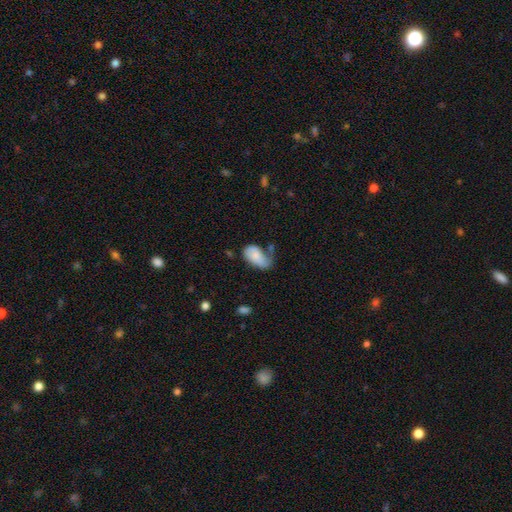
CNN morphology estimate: Smooth or featured?
  - smooth: 70% *
  - featured or disk: 23%
  - star or artifact: 7%
How rounded?
  - in between: 93% *
  - round: 5%
  - cigar-shaped: 2%
Merging?
  - minor disturbance: 35% *
  - none: 33%
  - major disturbance: 21%
  - merger: 11%